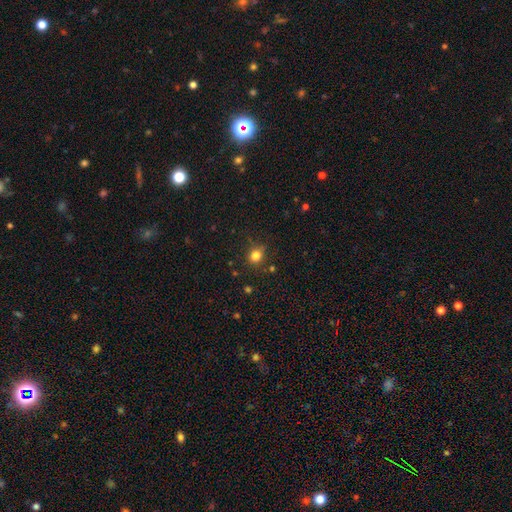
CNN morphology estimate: Smooth or featured? Predicted: smooth (p=0.80). How rounded? Predicted: round (p=0.71). Merging? Predicted: none (p=0.80).